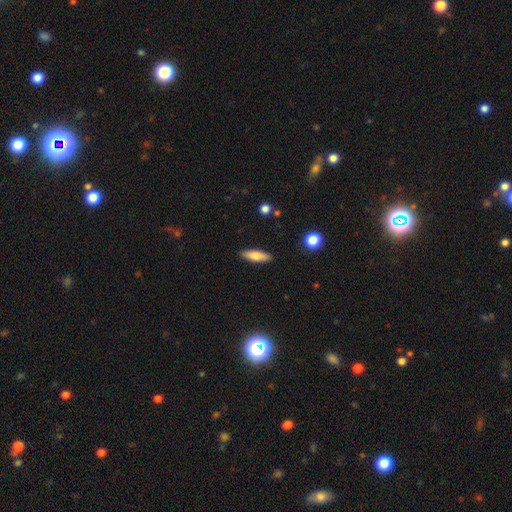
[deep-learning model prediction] A smooth galaxy with no disk features (74%) that is cigar-shaped (52%).

Vote fractions:
- Smooth or featured? smooth: 74% / featured or disk: 19% / star or artifact: 7%
- How rounded? cigar-shaped: 52% / in between: 45% / round: 2%
- Merging? none: 89% / minor disturbance: 8% / major disturbance: 2% / merger: 1%